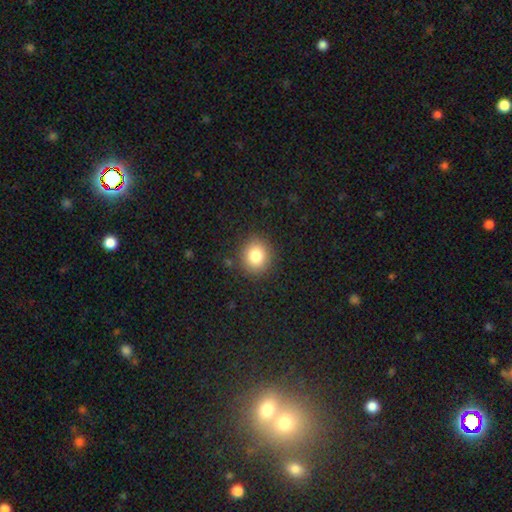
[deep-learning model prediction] Morphology: type=smooth (82%); roundness=round (78%); merging=none (88%).